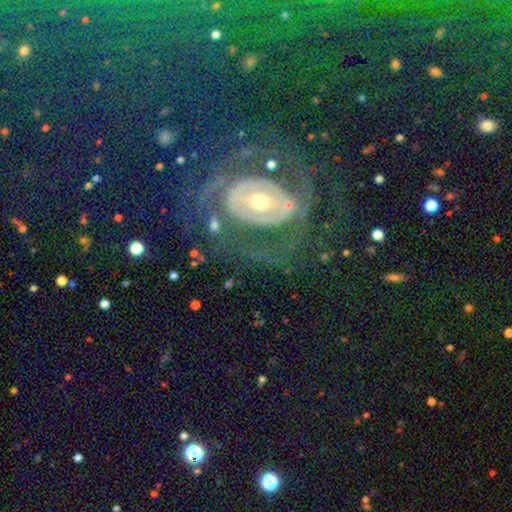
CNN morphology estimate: A featured or disk galaxy (67%) with no bar (64%), spiral arms (63%) and a moderate central bulge (56%).

Vote fractions:
- Smooth or featured? featured or disk: 67% / star or artifact: 18% / smooth: 15%
- Edge-on disk? no: 94% / yes: 6%
- Bar? no: 64% / weak: 22% / strong: 14%
- Spiral arms? yes: 63% / no: 37%
- Bulge size? moderate: 56% / small: 35% / large: 5% / dominant: 2% / none: 2%
- Merging? none: 70% / major disturbance: 14% / minor disturbance: 14% / merger: 2%